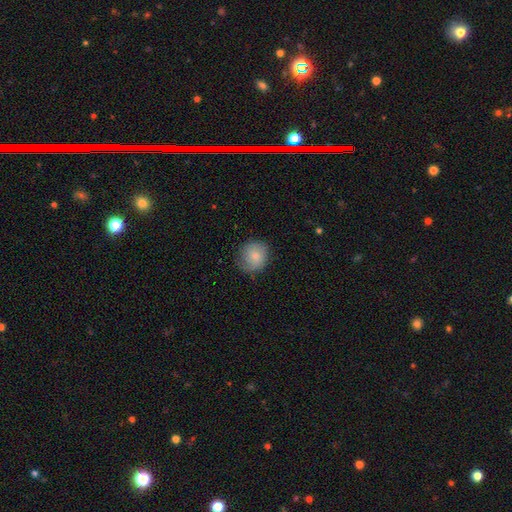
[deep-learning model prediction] Smooth or featured? smooth (75%)
How rounded? round (84%)
Merging? none (70%)